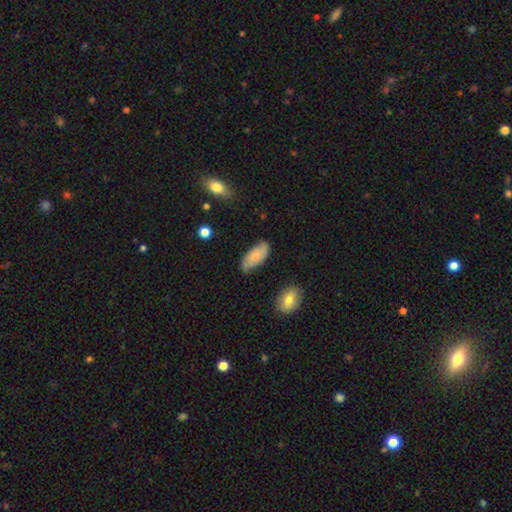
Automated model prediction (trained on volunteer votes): Smooth or featured: smooth — 62% (featured or disk — 31%)
How rounded: in between — 91% (cigar-shaped — 7%)
Merging: none — 61% (minor disturbance — 30%)